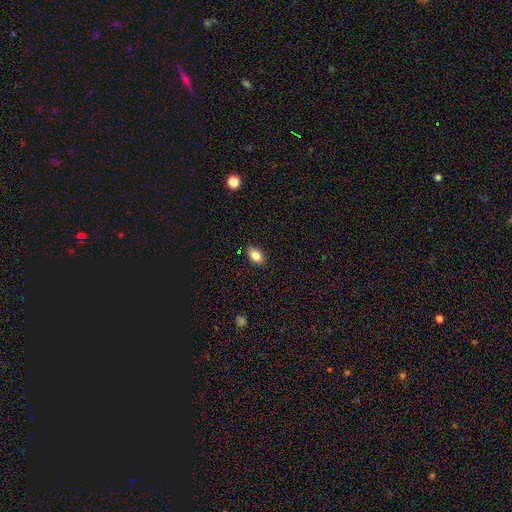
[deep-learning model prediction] Morphology: type=smooth (83%); roundness=in between (84%); merging=none (85%).